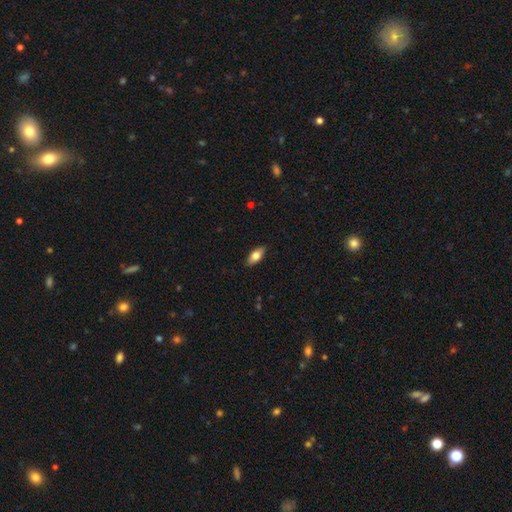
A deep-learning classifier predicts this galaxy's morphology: type=smooth (75%); roundness=in between (84%); merging=none (88%).